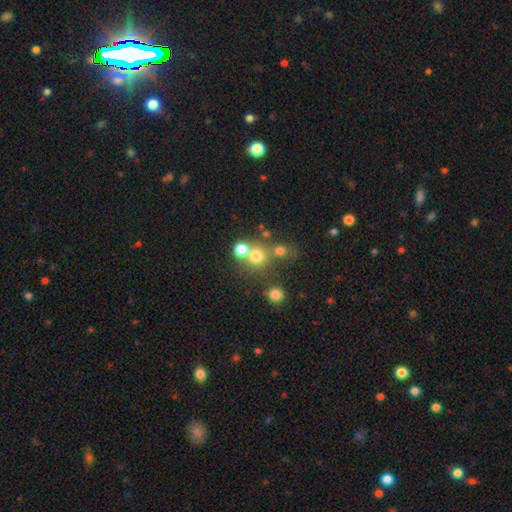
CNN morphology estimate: smooth_or_featured: smooth (p=0.70) [alt: star or artifact p=0.18]
how_rounded: round (p=0.88) [alt: in between p=0.11]
merging: none (p=0.54) [alt: merger p=0.33]